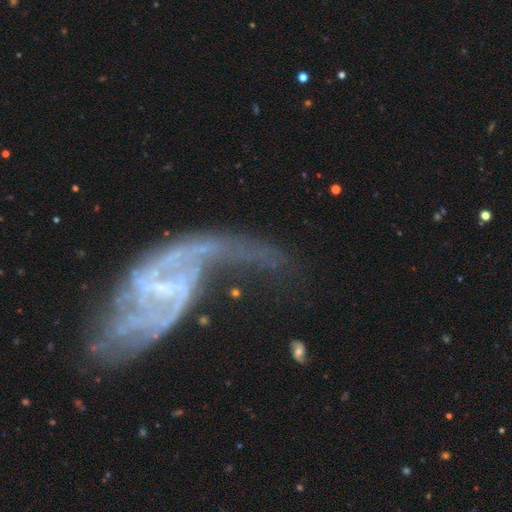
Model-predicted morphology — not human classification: Smooth or featured? Predicted: featured or disk (p=0.85). Edge-on disk? Predicted: no (p=0.94). Bar? Predicted: weak (p=0.47). Spiral arms? Predicted: yes (p=0.89). Spiral winding? Predicted: loose (p=0.63). Spiral arm count? Predicted: 2 (p=0.72). Bulge size? Predicted: small (p=0.60). Merging? Predicted: none (p=0.39).